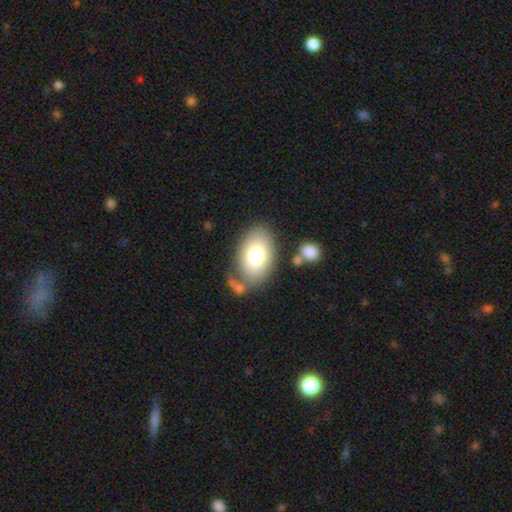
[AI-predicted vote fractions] A smooth galaxy with no disk features (77%) that is in between round and cigar-shaped (88%). Merging: none (71%).